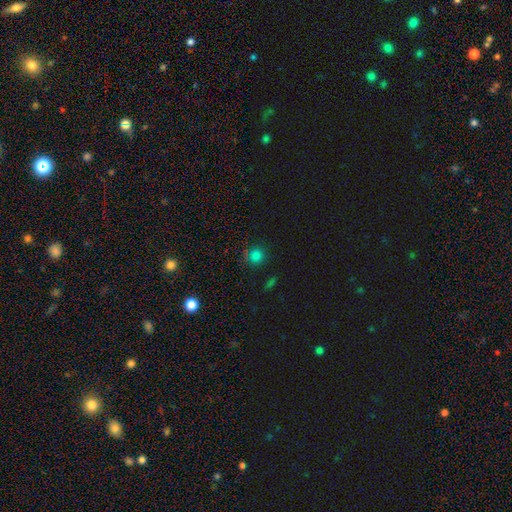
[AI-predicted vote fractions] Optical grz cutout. It shows a smooth galaxy with no disk features (75%) that is round (90%). Merging: none (80%).